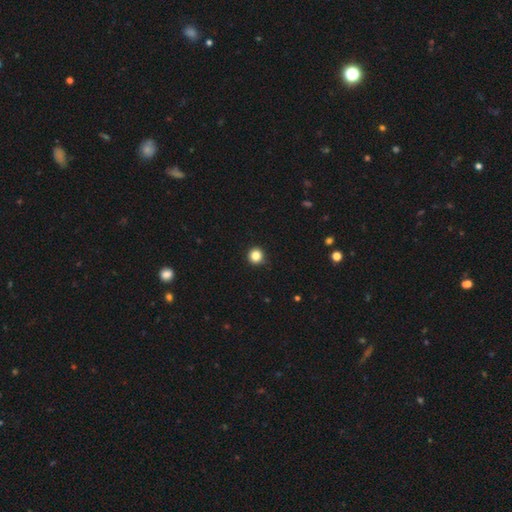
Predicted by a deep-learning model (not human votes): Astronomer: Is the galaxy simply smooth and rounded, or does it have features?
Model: smooth — 84%.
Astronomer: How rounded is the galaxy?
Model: round — 95%.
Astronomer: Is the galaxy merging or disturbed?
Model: none — 91%.